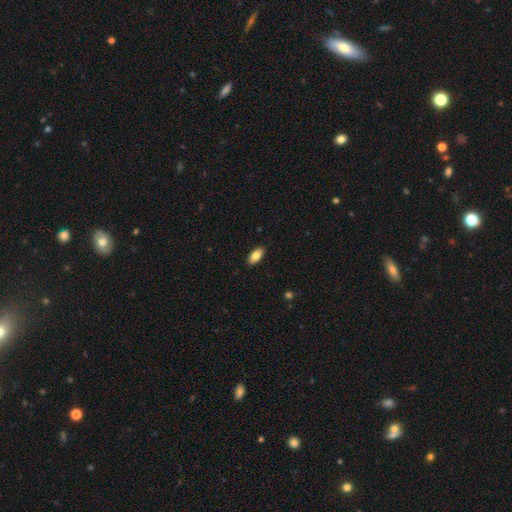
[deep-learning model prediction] This appears to be a smooth galaxy with no disk features (82%) that is in between round and cigar-shaped (91%). Merging: none (89%).